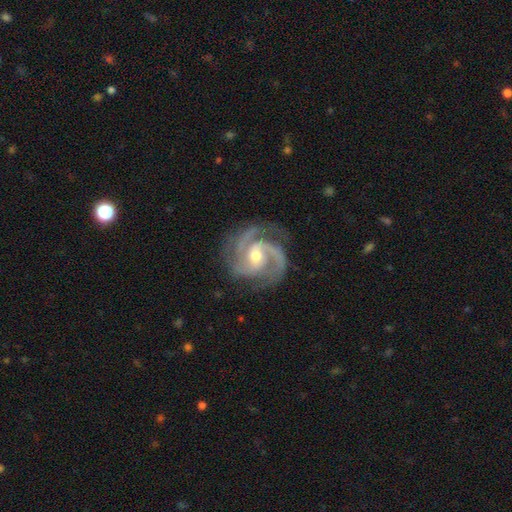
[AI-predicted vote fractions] Smooth or featured? Predicted: featured or disk (p=0.93). Edge-on disk? Predicted: no (p=0.98). Bar? Predicted: no (p=0.48). Spiral arms? Predicted: yes (p=0.99). Spiral winding? Predicted: medium (p=0.48). Spiral arm count? Predicted: 3 (p=0.49). Bulge size? Predicted: moderate (p=0.60). Merging? Predicted: none (p=0.76).